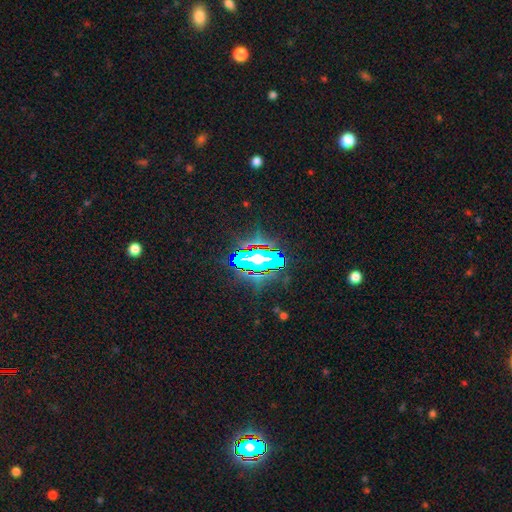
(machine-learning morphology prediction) smooth-or-featured: star or artifact: 73% | smooth: 15% | featured or disk: 12%